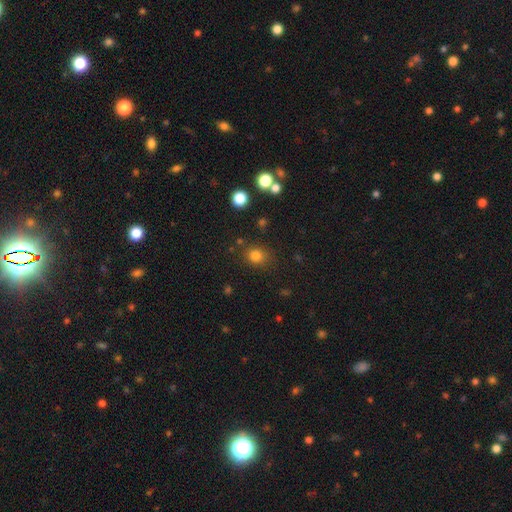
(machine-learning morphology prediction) Q: Smooth or featured?
A: smooth (79%); runner-up: star or artifact (15%)
Q: How rounded?
A: round (74%); runner-up: in between (25%)
Q: Merging?
A: none (82%); runner-up: minor disturbance (11%)